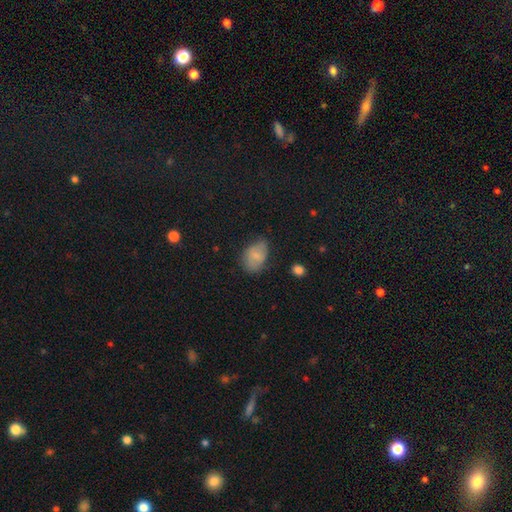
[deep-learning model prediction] The model was most divided on "merging": none: 59%, minor disturbance: 30%, major disturbance: 8%, merger: 2%. More confident: how rounded — in between (84%); smooth or featured — smooth (75%).